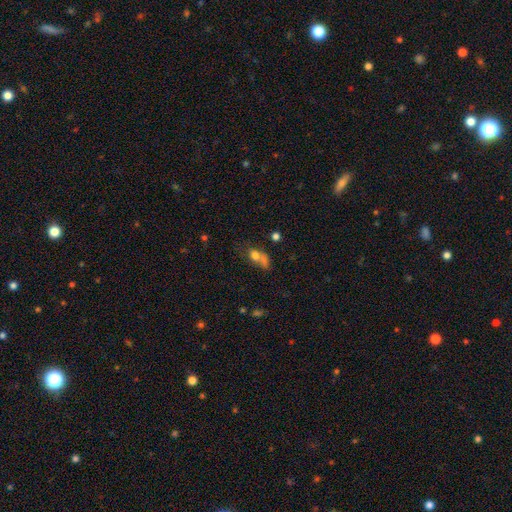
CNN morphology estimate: Smooth or featured: smooth — 69% (featured or disk — 18%)
How rounded: in between — 53% (round — 43%)
Merging: merger — 48% (none — 26%)